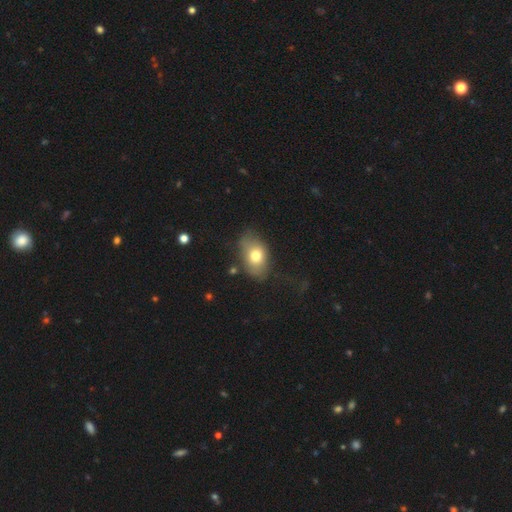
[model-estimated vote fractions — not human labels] A smooth galaxy with no disk features (73%) that is in between round and cigar-shaped (84%).

Vote fractions:
- Smooth or featured? smooth: 73% / featured or disk: 18% / star or artifact: 9%
- How rounded? in between: 84% / round: 14% / cigar-shaped: 2%
- Merging? none: 66% / minor disturbance: 23% / major disturbance: 9% / merger: 3%